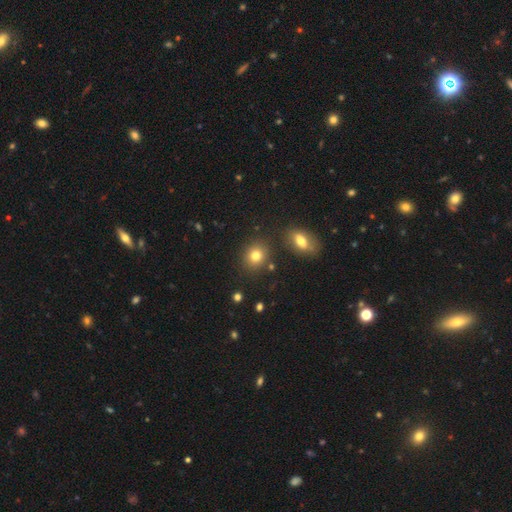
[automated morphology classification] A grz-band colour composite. It shows a smooth galaxy with no disk features (79%) that is round (75%). Merging: none (82%).